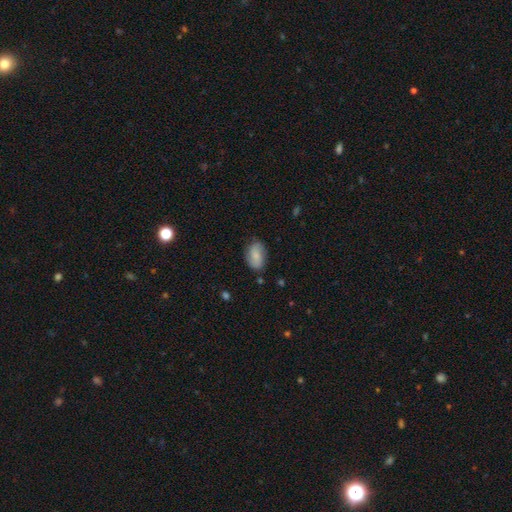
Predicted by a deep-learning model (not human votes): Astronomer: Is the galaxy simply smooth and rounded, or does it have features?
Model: smooth — 68%.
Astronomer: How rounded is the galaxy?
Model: in between — 88%.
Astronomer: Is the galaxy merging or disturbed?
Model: none — 75%.